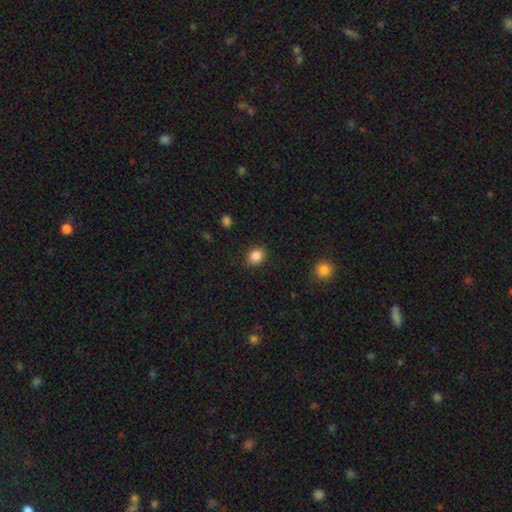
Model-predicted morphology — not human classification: Smooth or featured?
  - smooth: 86% *
  - star or artifact: 10%
  - featured or disk: 5%
How rounded?
  - round: 53% *
  - in between: 46%
  - cigar-shaped: 1%
Merging?
  - none: 87% *
  - minor disturbance: 9%
  - major disturbance: 2%
  - merger: 1%